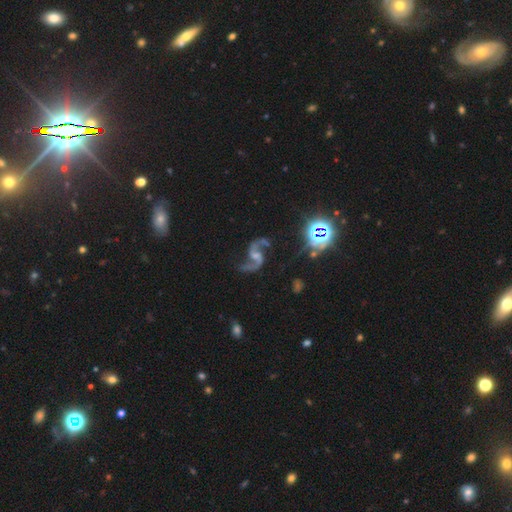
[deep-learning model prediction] This appears to be a featured or disk galaxy (89%) with a weak bar (44%), 2 (94%) loose (74%) spiral arms (97%) and a small central bulge (39%). Merging: none (72%).